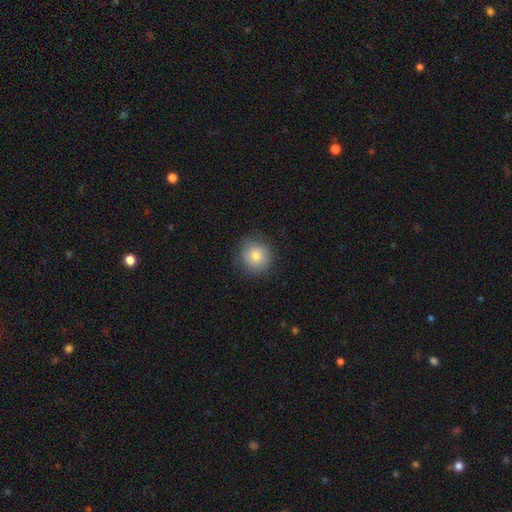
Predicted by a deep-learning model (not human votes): Smooth or featured?
  - smooth: 76% *
  - featured or disk: 14%
  - star or artifact: 10%
How rounded?
  - round: 92% *
  - in between: 7%
  - cigar-shaped: 1%
Merging?
  - none: 83% *
  - minor disturbance: 12%
  - major disturbance: 3%
  - merger: 1%